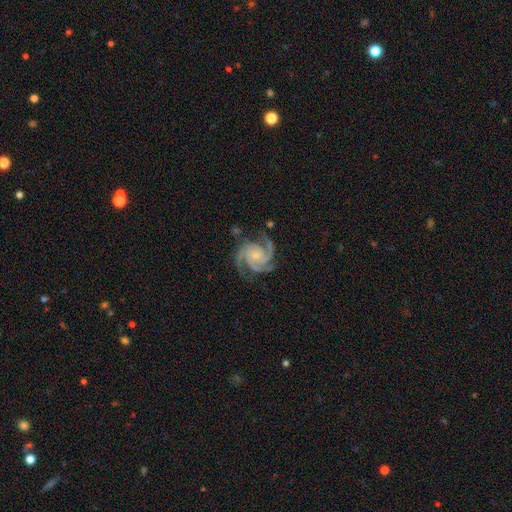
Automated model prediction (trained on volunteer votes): A featured or disk galaxy (94%) with no bar (70%), 3 (62%) tight (55%) spiral arms (99%) and a small central bulge (71%).

Vote fractions:
- Smooth or featured? featured or disk: 94% / star or artifact: 4% / smooth: 3%
- Edge-on disk? no: 99% / yes: 1%
- Bar? no: 70% / weak: 23% / strong: 7%
- Spiral arms? yes: 99% / no: 1%
- Spiral winding? tight: 55% / medium: 41% / loose: 4%
- Spiral arm count? 3: 62% / 4: 23% / 2: 5% / can't tell: 4% / more than 4: 3% / 1: 3%
- Bulge size? small: 71% / moderate: 20% / none: 7% / large: 1% / dominant: 1%
- Merging? none: 79% / minor disturbance: 14% / major disturbance: 5% / merger: 1%